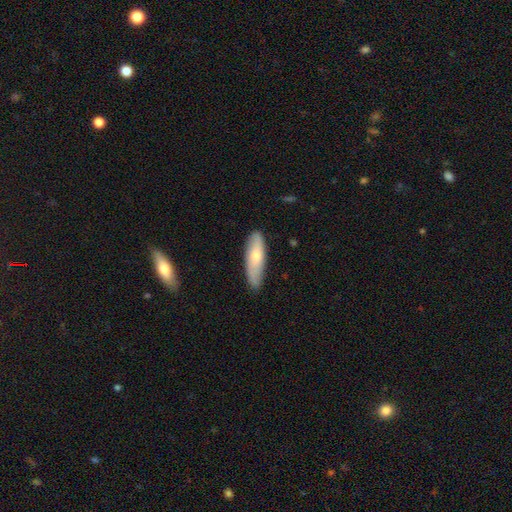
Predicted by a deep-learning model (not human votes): Smooth or featured: smooth — 66% (featured or disk — 28%)
How rounded: in between — 52% (cigar-shaped — 46%)
Merging: none — 77% (minor disturbance — 18%)